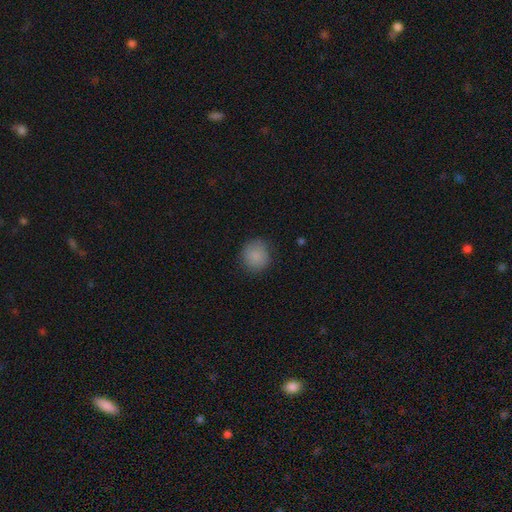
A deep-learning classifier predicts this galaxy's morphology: A smooth galaxy with no disk features (86%) that is round (89%).

Vote fractions:
- Smooth or featured? smooth: 86% / star or artifact: 8% / featured or disk: 6%
- How rounded? round: 89% / in between: 11% / cigar-shaped: 1%
- Merging? none: 83% / minor disturbance: 13% / major disturbance: 3% / merger: 1%